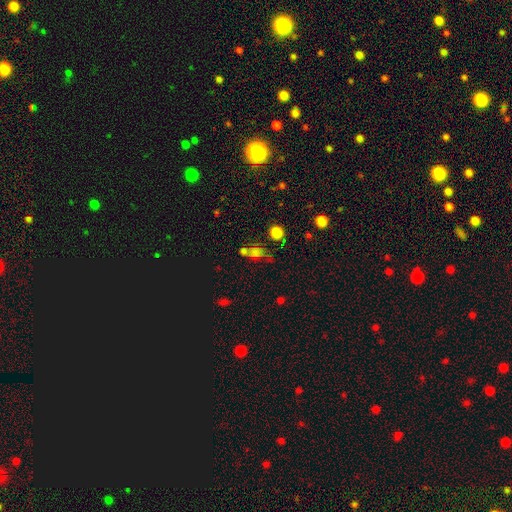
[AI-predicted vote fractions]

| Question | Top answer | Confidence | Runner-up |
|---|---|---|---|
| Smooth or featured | smooth | 51% | star or artifact (33%) |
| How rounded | in between | 56% | round (36%) |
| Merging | none | 40% | merger (25%) |